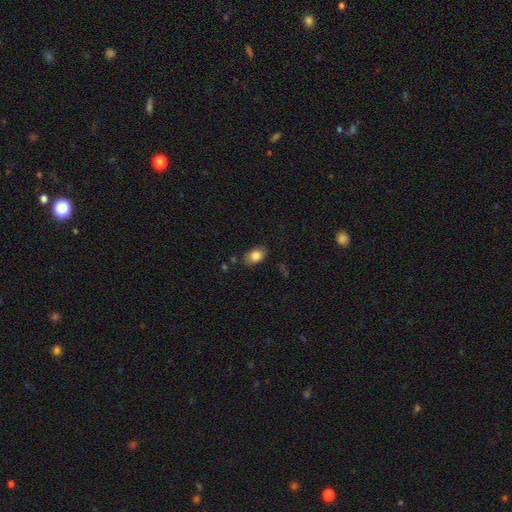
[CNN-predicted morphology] Smooth or featured? Predicted: smooth (p=0.83). How rounded? Predicted: in between (p=0.85). Merging? Predicted: none (p=0.81).